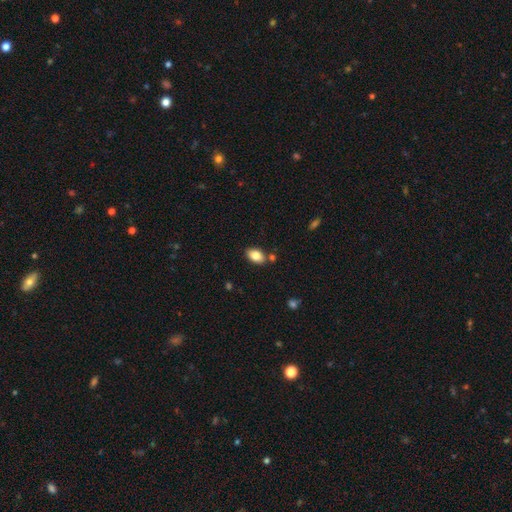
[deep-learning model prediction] Q: Smooth or featured?
A: smooth (83%); runner-up: featured or disk (9%)
Q: How rounded?
A: in between (89%); runner-up: round (9%)
Q: Merging?
A: none (79%); runner-up: minor disturbance (11%)